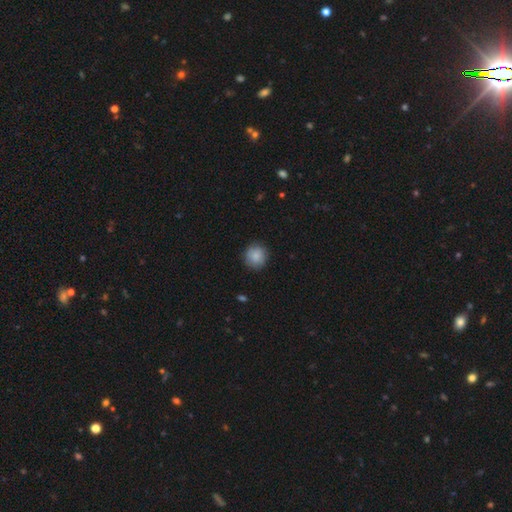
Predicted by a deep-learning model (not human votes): smooth 86%, star or artifact 7%, featured or disk 6%. Down the decision tree: how rounded — round (91%); merging — none (86%).